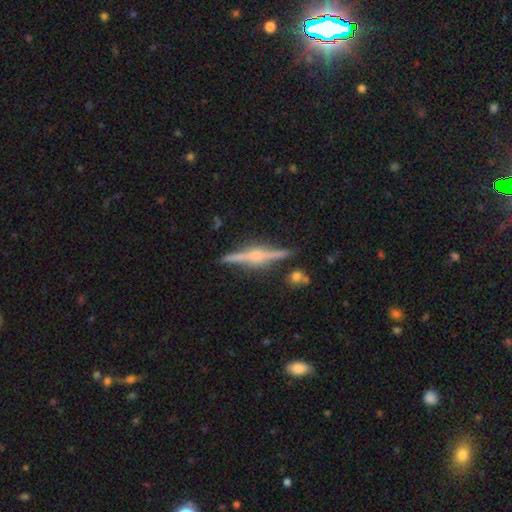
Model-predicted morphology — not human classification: A featured or disk galaxy (84%) viewed edge-on (98%) with a rounded central bulge (88%).

Vote fractions:
- Smooth or featured? featured or disk: 84% / smooth: 10% / star or artifact: 6%
- Edge-on disk? yes: 98% / no: 2%
- Edge-on bulge? rounded: 88% / boxy: 8% / none: 4%
- Merging? none: 89% / minor disturbance: 7% / merger: 2% / major disturbance: 2%